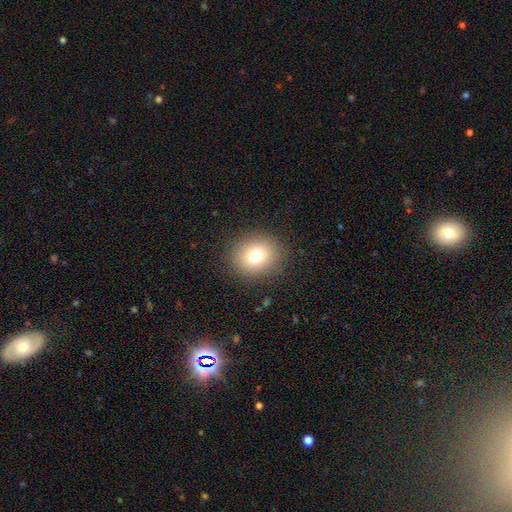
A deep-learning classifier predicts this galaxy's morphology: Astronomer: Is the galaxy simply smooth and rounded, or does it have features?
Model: smooth — 76%.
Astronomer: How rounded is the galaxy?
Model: round — 78%.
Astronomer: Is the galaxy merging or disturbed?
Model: none — 88%.